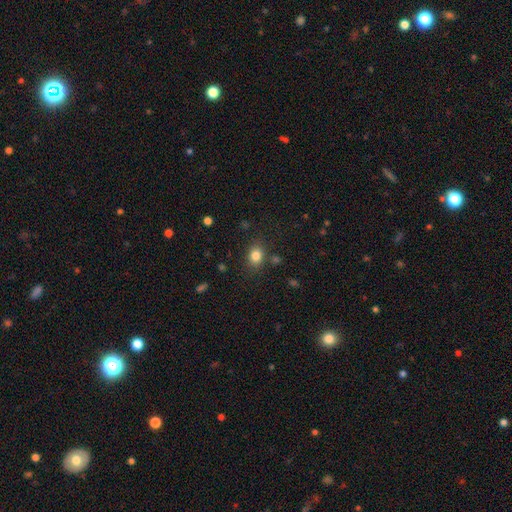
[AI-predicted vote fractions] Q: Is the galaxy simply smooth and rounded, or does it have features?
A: smooth — 82%.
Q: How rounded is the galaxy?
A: in between — 57%.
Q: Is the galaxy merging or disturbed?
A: none — 80%.